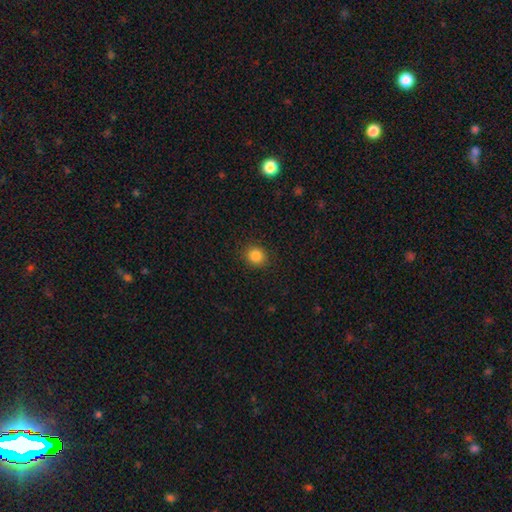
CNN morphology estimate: The model was most divided on "how rounded": round: 82%, in between: 17%, cigar-shaped: 1%. More confident: merging — none (90%); smooth or featured — smooth (85%).